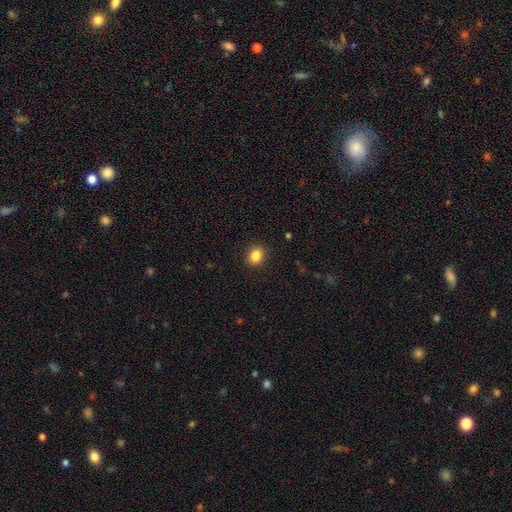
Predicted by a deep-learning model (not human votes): Smooth or featured? smooth (85%)
How rounded? round (68%)
Merging? none (91%)